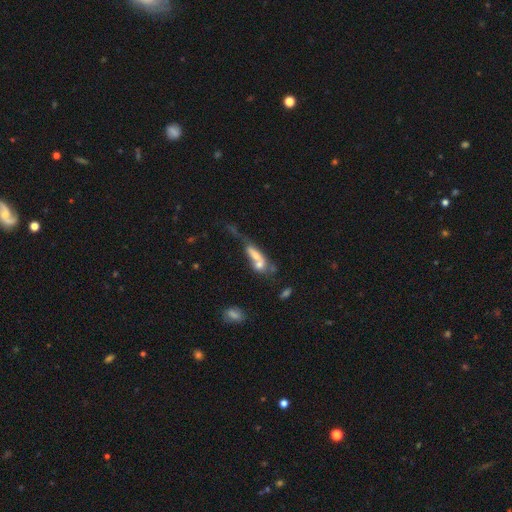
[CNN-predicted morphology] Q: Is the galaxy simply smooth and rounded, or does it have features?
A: smooth — 49%.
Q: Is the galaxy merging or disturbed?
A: merger — 55%.